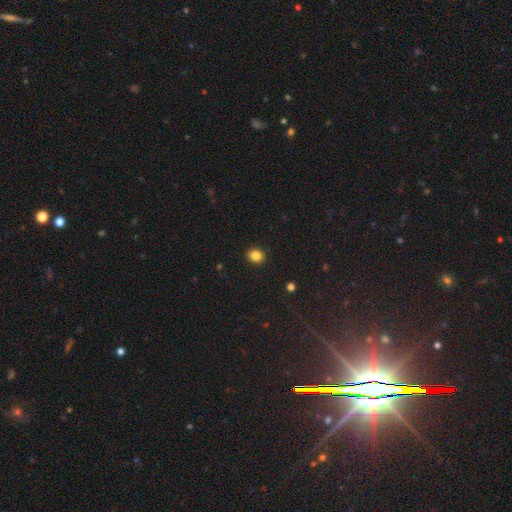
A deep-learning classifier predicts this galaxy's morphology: Smooth or featured?
  - smooth: 84% *
  - star or artifact: 11%
  - featured or disk: 5%
How rounded?
  - round: 73% *
  - in between: 27%
  - cigar-shaped: 1%
Merging?
  - none: 91% *
  - minor disturbance: 6%
  - major disturbance: 2%
  - merger: 1%